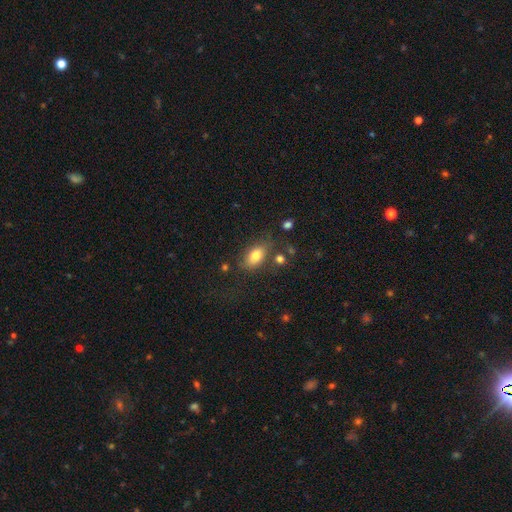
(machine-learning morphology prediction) This appears to be a smooth galaxy with no disk features (78%) that is in between round and cigar-shaped (87%). Merging: none (69%).